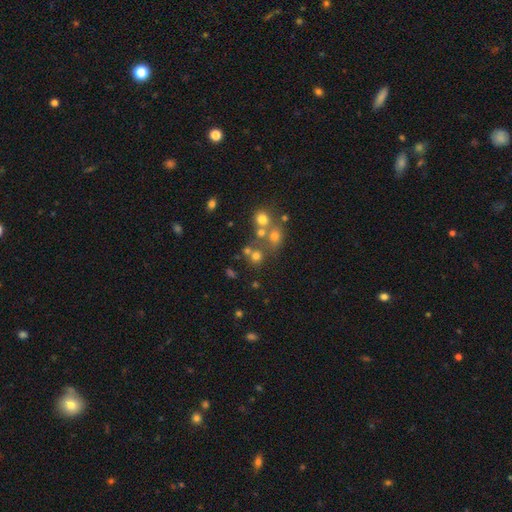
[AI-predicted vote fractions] Smooth or featured? Predicted: smooth (p=0.64). How rounded? Predicted: round (p=0.83). Merging? Predicted: none (p=0.57).